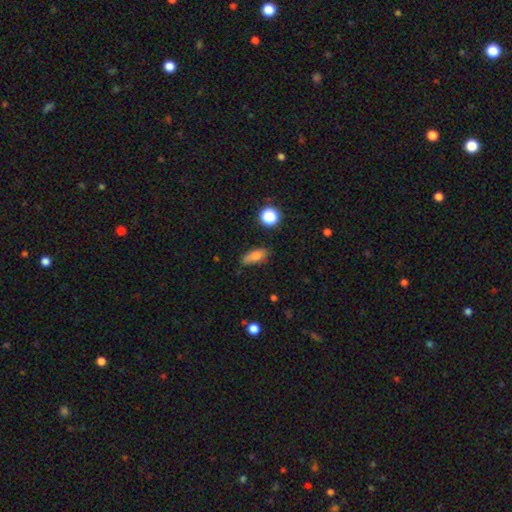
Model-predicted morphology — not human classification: The model was most divided on "merging": none: 73%, minor disturbance: 20%, major disturbance: 4%, merger: 3%. More confident: how rounded — in between (75%); smooth or featured — smooth (74%).